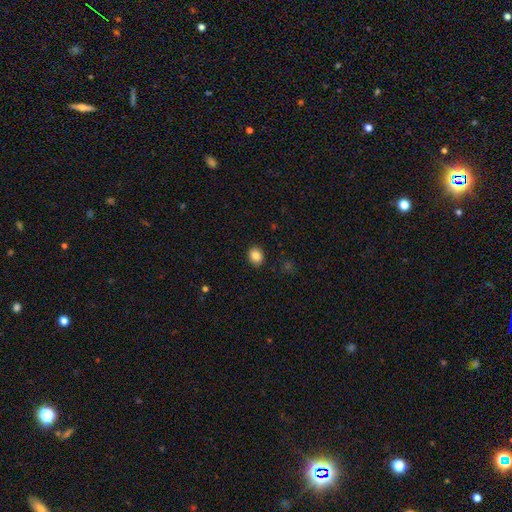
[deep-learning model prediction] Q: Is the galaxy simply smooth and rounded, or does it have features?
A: smooth — 85%.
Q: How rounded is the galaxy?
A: round — 64%.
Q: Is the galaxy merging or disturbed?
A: none — 91%.